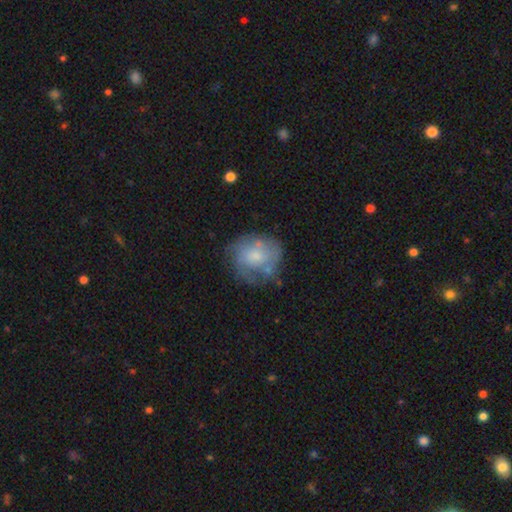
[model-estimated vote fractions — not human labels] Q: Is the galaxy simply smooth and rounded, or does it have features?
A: smooth — 49%.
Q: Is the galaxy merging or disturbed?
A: none — 54%.